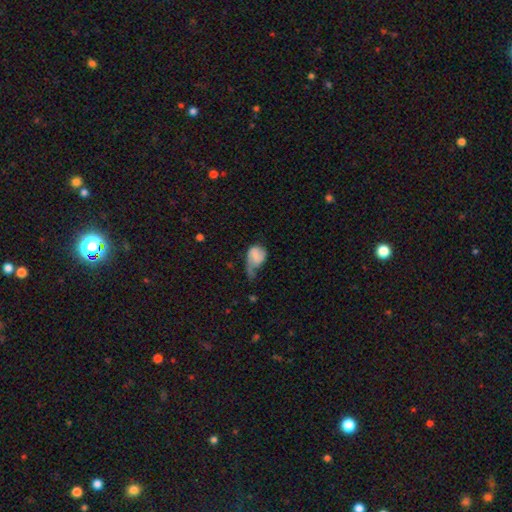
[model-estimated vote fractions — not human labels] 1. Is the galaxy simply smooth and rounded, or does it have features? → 57% smooth, 35% featured or disk, 8% star or artifact.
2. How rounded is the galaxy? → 66% in between, 33% round, 1% cigar-shaped.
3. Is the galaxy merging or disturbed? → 49% major disturbance, 30% minor disturbance, 17% none, 4% merger.